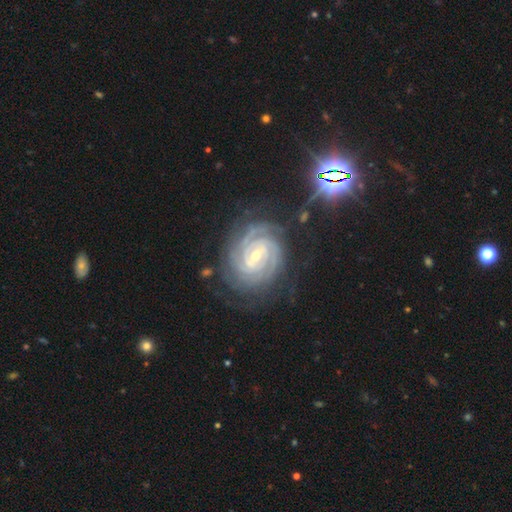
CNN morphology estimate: smooth_or_featured: featured or disk (p=0.92) [alt: star or artifact p=0.05]
disk_edge_on: no (p=0.98) [alt: yes p=0.02]
bar: weak (p=0.47) [alt: strong p=0.36]
has_spiral_arms: yes (p=0.99) [alt: no p=0.01]
spiral_winding: tight (p=0.83) [alt: medium p=0.14]
spiral_arm_count: 2 (p=0.30) [alt: 3 p=0.23]
bulge_size: small (p=0.58) [alt: moderate p=0.39]
merging: none (p=0.76) [alt: minor disturbance p=0.16]